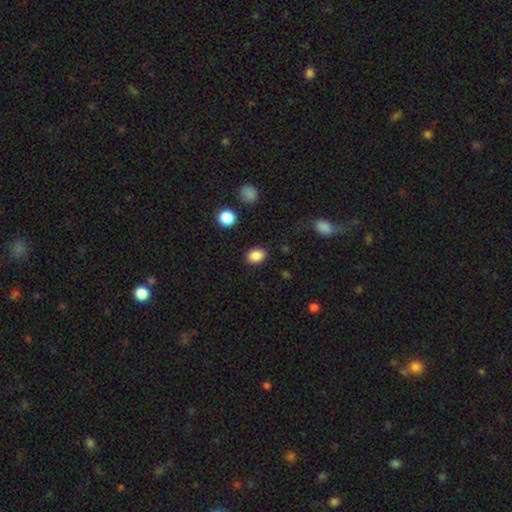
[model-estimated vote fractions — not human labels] Smooth or featured?
  - smooth: 86% *
  - star or artifact: 10%
  - featured or disk: 4%
How rounded?
  - in between: 64% *
  - round: 35%
  - cigar-shaped: 1%
Merging?
  - none: 88% *
  - minor disturbance: 8%
  - major disturbance: 3%
  - merger: 2%